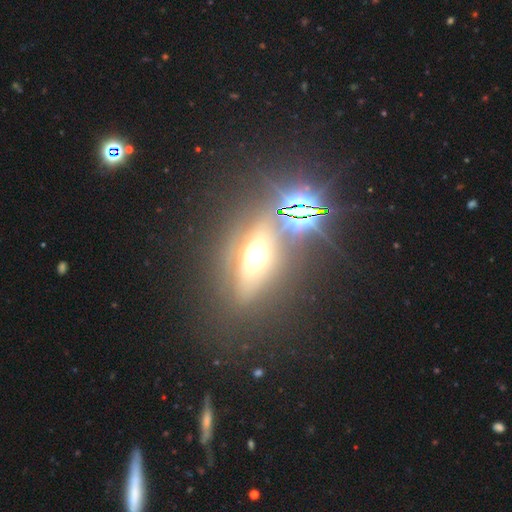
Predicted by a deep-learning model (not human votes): The model was most divided on "smooth or featured": featured or disk: 43%, star or artifact: 33%, smooth: 24%. More confident: merging — none (75%).